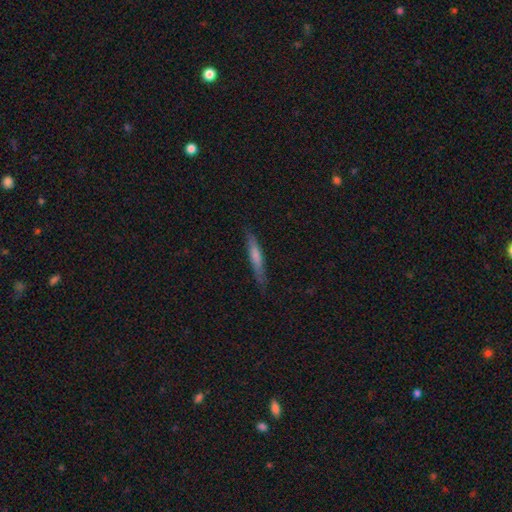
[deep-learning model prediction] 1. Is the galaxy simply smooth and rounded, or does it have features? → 63% smooth, 31% featured or disk, 6% star or artifact.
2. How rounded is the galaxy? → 92% cigar-shaped, 6% in between, 1% round.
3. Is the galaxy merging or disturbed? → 82% none, 14% minor disturbance, 3% major disturbance, 1% merger.